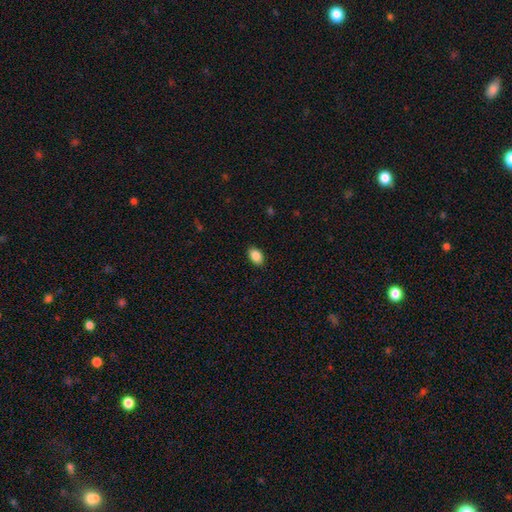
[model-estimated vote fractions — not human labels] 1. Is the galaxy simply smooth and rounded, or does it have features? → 87% smooth, 8% star or artifact, 5% featured or disk.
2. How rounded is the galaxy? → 87% in between, 11% round, 1% cigar-shaped.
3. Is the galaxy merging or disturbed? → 88% none, 9% minor disturbance, 2% major disturbance, 1% merger.